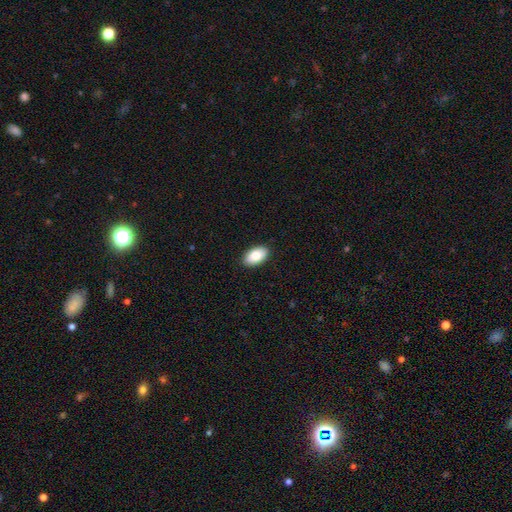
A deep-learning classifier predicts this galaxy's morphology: Q: Smooth or featured?
A: smooth (82%); runner-up: featured or disk (12%)
Q: How rounded?
A: in between (94%); runner-up: round (4%)
Q: Merging?
A: none (90%); runner-up: minor disturbance (7%)